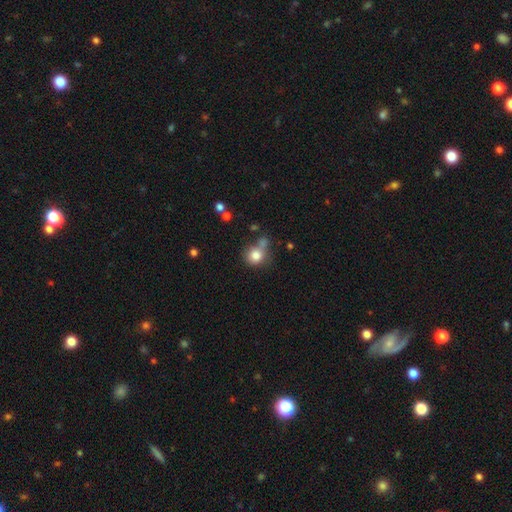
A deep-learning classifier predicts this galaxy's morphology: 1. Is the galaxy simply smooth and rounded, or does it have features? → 81% smooth, 11% star or artifact, 8% featured or disk.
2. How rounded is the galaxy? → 84% round, 15% in between, 1% cigar-shaped.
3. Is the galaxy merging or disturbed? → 55% none, 21% merger, 17% minor disturbance, 7% major disturbance.